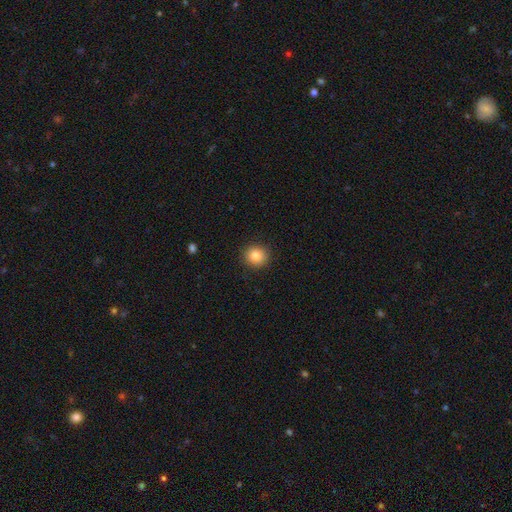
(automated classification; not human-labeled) Q: Smooth or featured?
A: smooth (84%); runner-up: star or artifact (10%)
Q: How rounded?
A: round (89%); runner-up: in between (10%)
Q: Merging?
A: none (91%); runner-up: minor disturbance (6%)